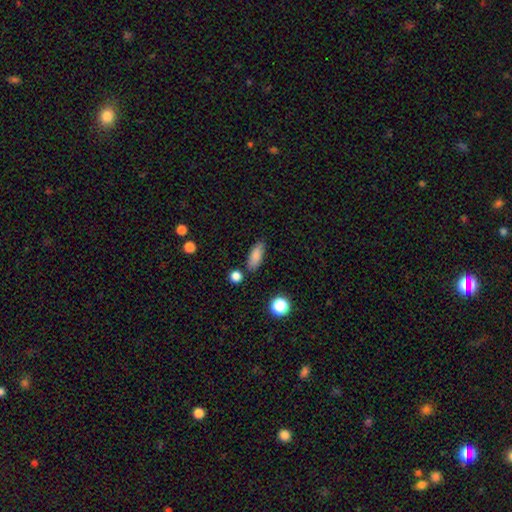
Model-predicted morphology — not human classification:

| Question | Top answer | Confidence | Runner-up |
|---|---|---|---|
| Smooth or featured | smooth | 85% | star or artifact (8%) |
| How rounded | in between | 75% | cigar-shaped (20%) |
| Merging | none | 81% | minor disturbance (12%) |